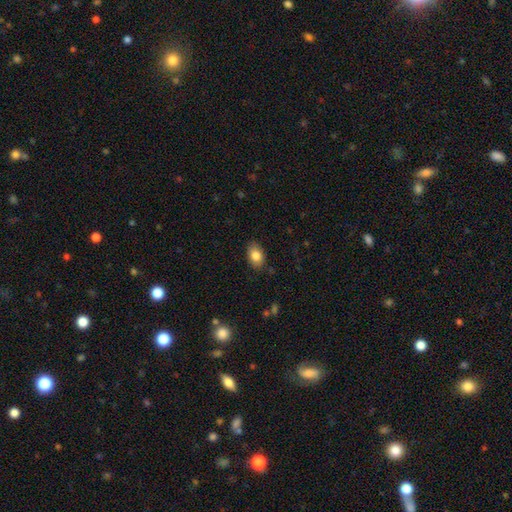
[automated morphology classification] smooth 84%, featured or disk 9%, star or artifact 7%. Down the decision tree: how rounded — in between (86%); merging — none (84%).